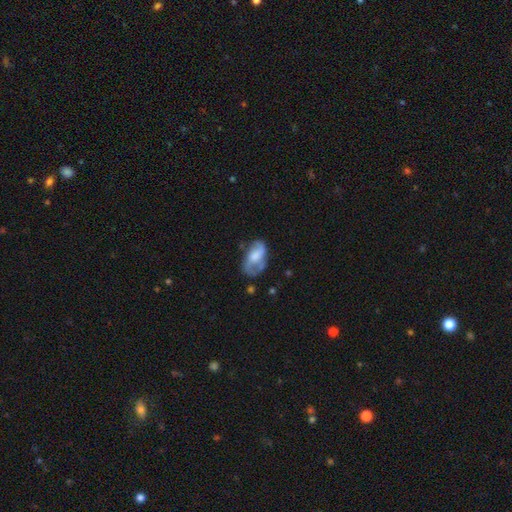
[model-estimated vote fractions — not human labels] smooth-or-featured: featured or disk: 61% | smooth: 32% | star or artifact: 7%
  disk-edge-on: no: 96% | yes: 4%
    bar: no: 51% | weak: 37% | strong: 12%
    has-spiral-arms: yes: 79% | no: 21%
    bulge-size: moderate: 42% | small: 24% | large: 18% | none: 13% | dominant: 2%
  merging: none: 51% | minor disturbance: 27% | major disturbance: 18% | merger: 4%